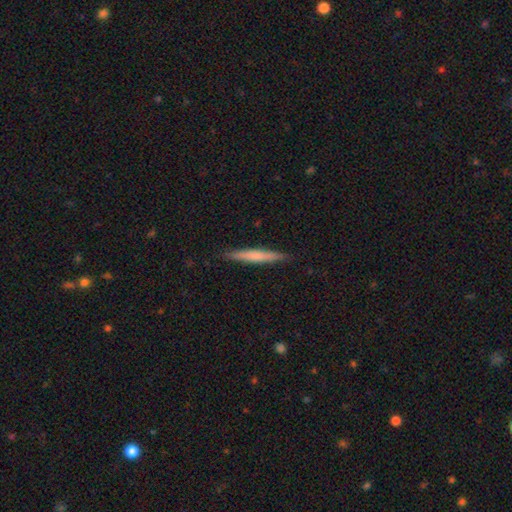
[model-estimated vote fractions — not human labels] Overall: smooth (59%; featured or disk 35%). How rounded: cigar-shaped (95%). Merging: none (90%).